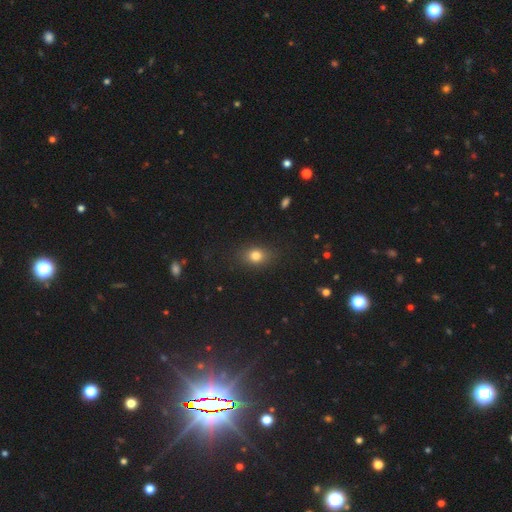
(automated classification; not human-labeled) Q: Smooth or featured?
A: smooth (79%); runner-up: star or artifact (13%)
Q: How rounded?
A: in between (58%); runner-up: round (40%)
Q: Merging?
A: none (83%); runner-up: minor disturbance (12%)